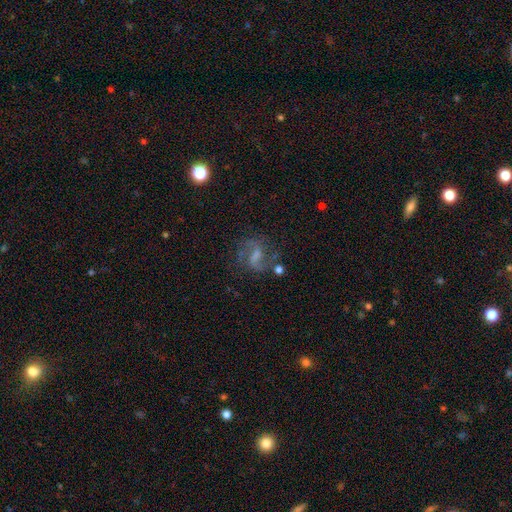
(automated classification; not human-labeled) Morphology: type=featured or disk (75%); edge-on=no (97%); bar=weak (50%); spiral arms=yes (92%); winding=medium (46%); arm count=2 (87%); bulge=small (36%); merging=none (68%).